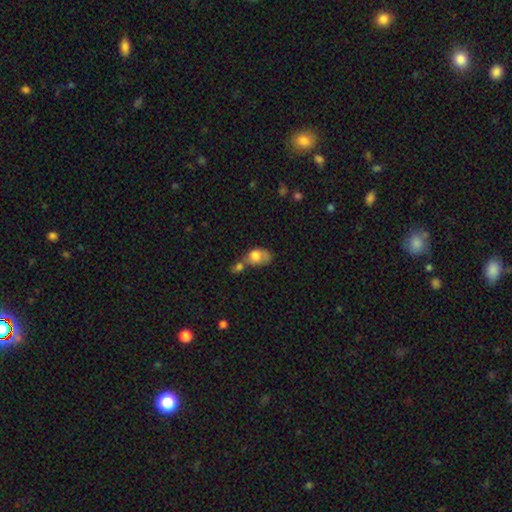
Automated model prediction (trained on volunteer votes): A smooth galaxy with no disk features (73%) that is in between round and cigar-shaped (70%).

Vote fractions:
- Smooth or featured? smooth: 73% / featured or disk: 20% / star or artifact: 8%
- How rounded? in between: 70% / round: 28% / cigar-shaped: 2%
- Merging? merger: 56% / none: 17% / major disturbance: 13% / minor disturbance: 13%